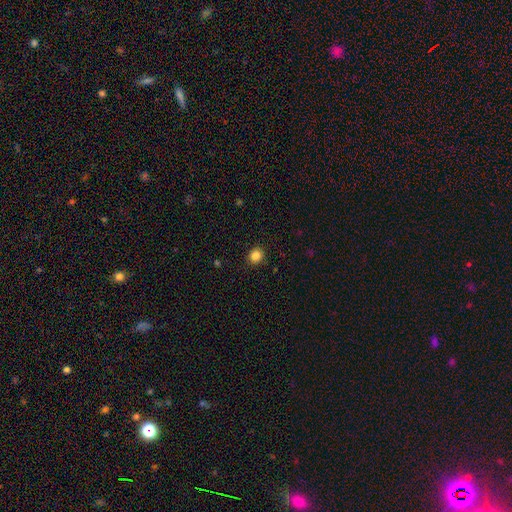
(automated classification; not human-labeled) Smooth or featured? Predicted: smooth (p=0.84). How rounded? Predicted: round (p=0.81). Merging? Predicted: none (p=0.90).